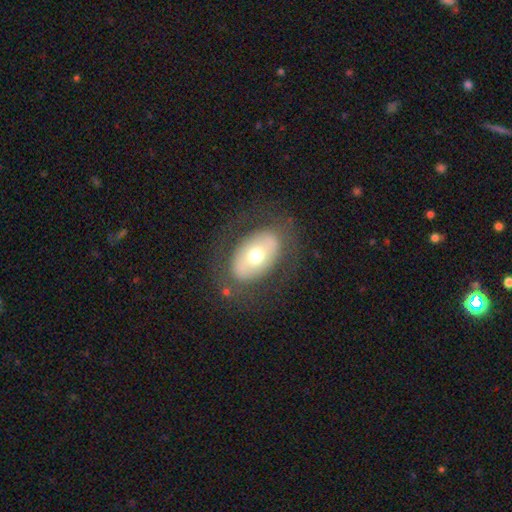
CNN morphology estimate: Smooth or featured?
  - smooth: 53% *
  - featured or disk: 40%
  - star or artifact: 7%
How rounded?
  - in between: 88% *
  - round: 11%
  - cigar-shaped: 1%
Merging?
  - none: 78% *
  - minor disturbance: 12%
  - major disturbance: 8%
  - merger: 1%